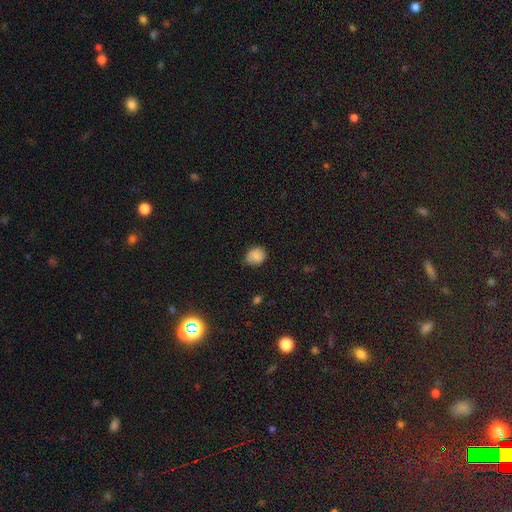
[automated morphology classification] This is clearly a smooth galaxy (83%). How rounded: likely round (62%). Merging: likely none (61%).